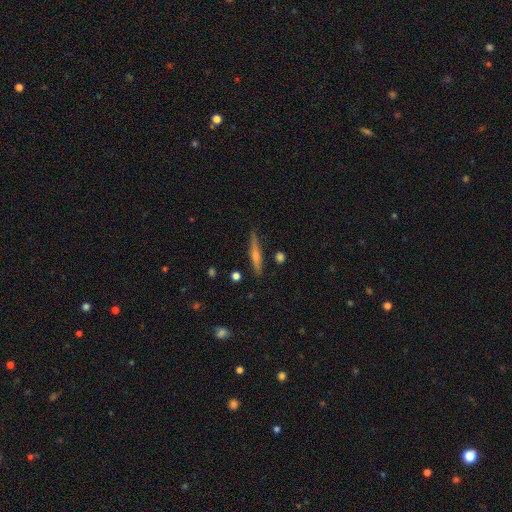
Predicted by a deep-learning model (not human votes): A featured or disk galaxy (68%) viewed edge-on (97%) with a rounded central bulge (86%).

Vote fractions:
- Smooth or featured? featured or disk: 68% / smooth: 25% / star or artifact: 7%
- Edge-on disk? yes: 97% / no: 3%
- Edge-on bulge? rounded: 86% / none: 10% / boxy: 4%
- Merging? none: 87% / minor disturbance: 9% / merger: 2% / major disturbance: 2%